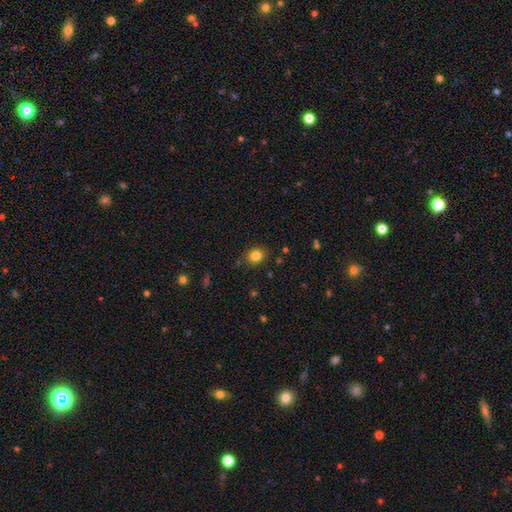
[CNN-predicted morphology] smooth_or_featured: smooth (p=0.82) [alt: star or artifact p=0.12]
how_rounded: round (p=0.66) [alt: in between p=0.33]
merging: none (p=0.86) [alt: minor disturbance p=0.10]